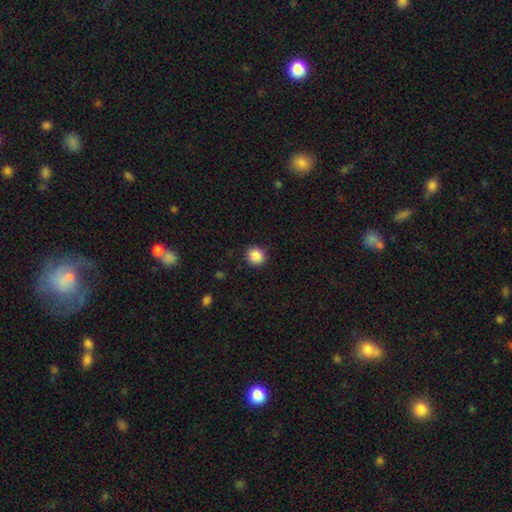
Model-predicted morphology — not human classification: Q: Smooth or featured?
A: smooth (88%); runner-up: star or artifact (9%)
Q: How rounded?
A: round (87%); runner-up: in between (12%)
Q: Merging?
A: none (89%); runner-up: minor disturbance (8%)